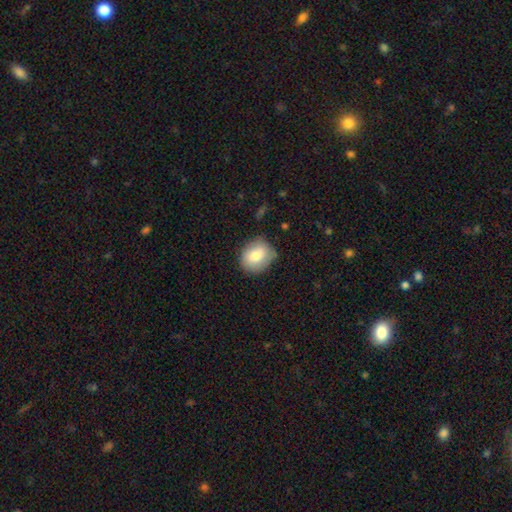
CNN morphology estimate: Smooth or featured? Predicted: smooth (p=0.78). How rounded? Predicted: round (p=0.61). Merging? Predicted: none (p=0.70).